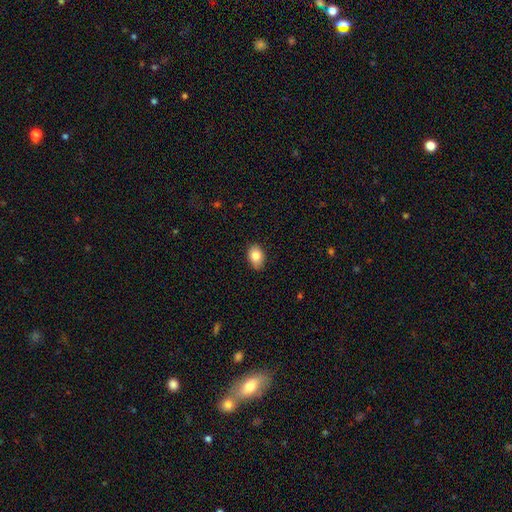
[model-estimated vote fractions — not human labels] This appears to be a smooth galaxy with no disk features (83%) that is in between round and cigar-shaped (81%). Merging: none (86%).